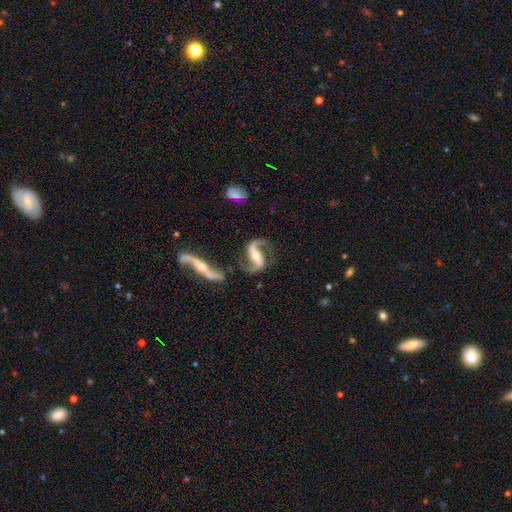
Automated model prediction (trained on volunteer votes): Smooth or featured?
  - featured or disk: 91% *
  - star or artifact: 4%
  - smooth: 4%
Edge-on disk?
  - no: 95% *
  - yes: 5%
Bar?
  - strong: 49% *
  - weak: 30%
  - no: 22%
Spiral arms?
  - yes: 97% *
  - no: 3%
Spiral winding?
  - loose: 60% *
  - medium: 32%
  - tight: 7%
Spiral arm count?
  - 2: 93% *
  - 1: 2%
  - can't tell: 2%
  - 3: 1%
  - 4: 1%
  - more than 4: 1%
Bulge size?
  - moderate: 53% *
  - small: 38%
  - large: 5%
  - none: 3%
  - dominant: 1%
Merging?
  - none: 66% *
  - minor disturbance: 14%
  - merger: 12%
  - major disturbance: 9%